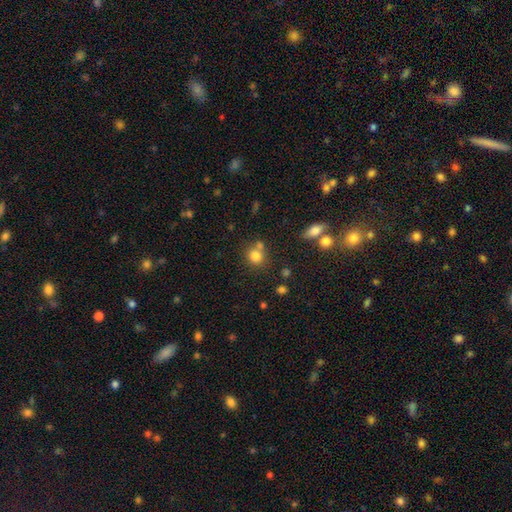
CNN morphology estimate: Q: Smooth or featured?
A: smooth (80%); runner-up: star or artifact (12%)
Q: How rounded?
A: round (83%); runner-up: in between (16%)
Q: Merging?
A: none (59%); runner-up: merger (26%)